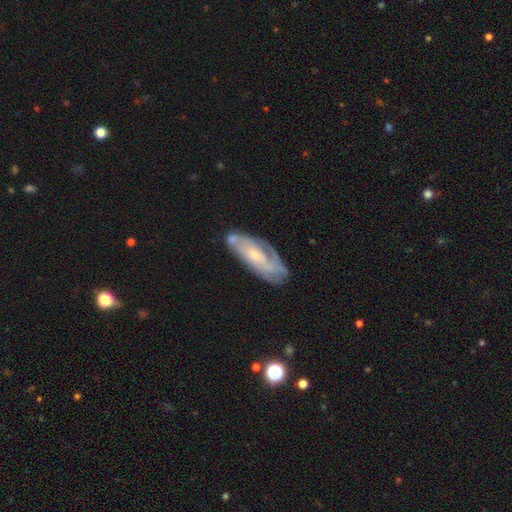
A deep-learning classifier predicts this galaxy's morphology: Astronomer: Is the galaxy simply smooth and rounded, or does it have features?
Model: featured or disk — 69%.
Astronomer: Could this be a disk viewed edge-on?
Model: no — 87%.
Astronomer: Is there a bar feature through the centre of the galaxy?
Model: no — 67%.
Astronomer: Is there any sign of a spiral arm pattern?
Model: yes — 82%.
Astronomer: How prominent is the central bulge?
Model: small — 64%.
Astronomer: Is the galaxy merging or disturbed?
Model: none — 64%.